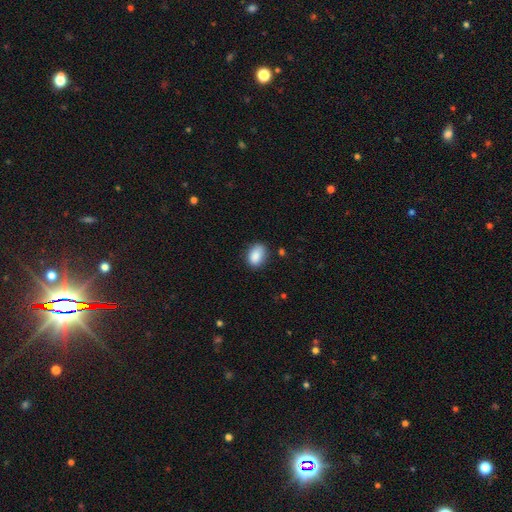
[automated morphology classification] smooth_or_featured: smooth (p=0.88) [alt: star or artifact p=0.08]
how_rounded: in between (p=0.79) [alt: round p=0.20]
merging: none (p=0.75) [alt: minor disturbance p=0.19]